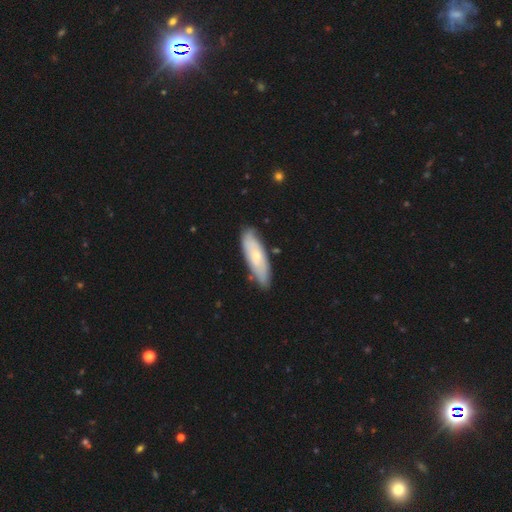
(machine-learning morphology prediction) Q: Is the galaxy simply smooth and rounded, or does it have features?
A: smooth — 57%.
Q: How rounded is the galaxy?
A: cigar-shaped — 51%.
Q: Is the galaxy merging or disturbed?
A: none — 78%.